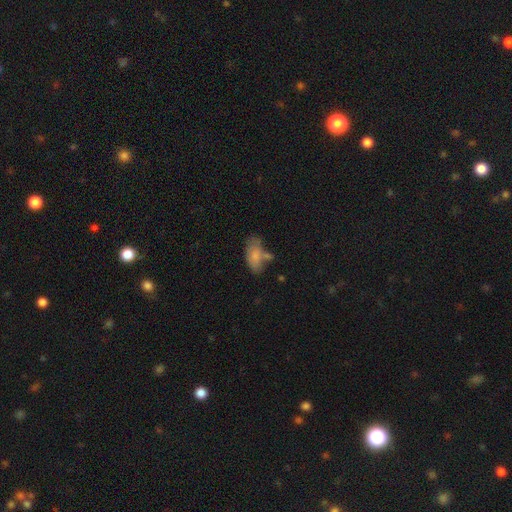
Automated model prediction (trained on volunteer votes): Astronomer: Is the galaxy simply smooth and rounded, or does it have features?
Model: smooth — 78%.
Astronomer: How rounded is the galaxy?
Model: in between — 90%.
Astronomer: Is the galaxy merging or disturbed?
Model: none — 43% (runner-up: minor disturbance, 24%).